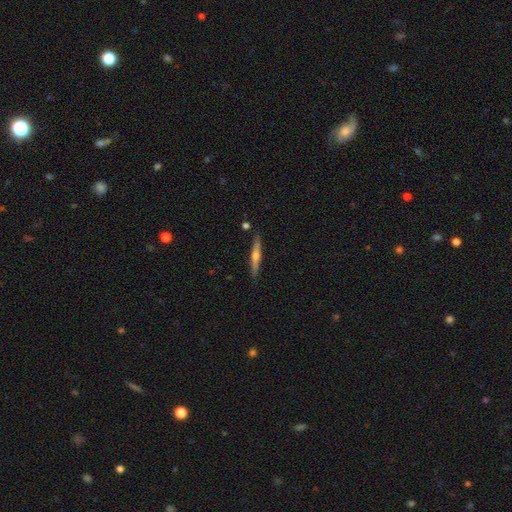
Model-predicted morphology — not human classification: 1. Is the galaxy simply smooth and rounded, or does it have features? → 61% featured or disk, 33% smooth, 6% star or artifact.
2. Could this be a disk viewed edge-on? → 97% yes, 3% no.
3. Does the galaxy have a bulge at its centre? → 88% rounded, 8% none, 4% boxy.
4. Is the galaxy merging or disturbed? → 88% none, 8% minor disturbance, 2% merger, 2% major disturbance.